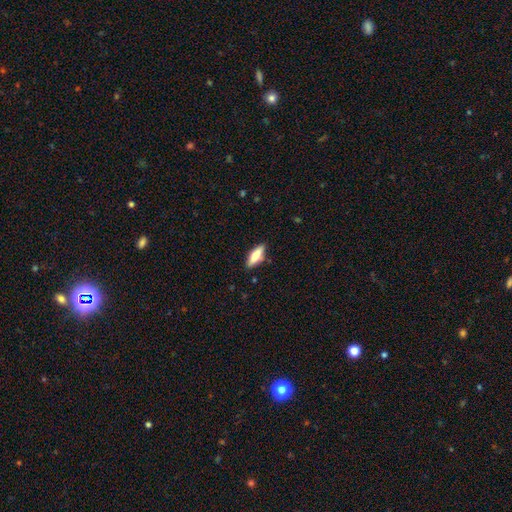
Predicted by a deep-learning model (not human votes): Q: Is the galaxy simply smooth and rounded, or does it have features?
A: smooth — 68%.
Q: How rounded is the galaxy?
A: in between — 57%.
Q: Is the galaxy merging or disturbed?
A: none — 84%.